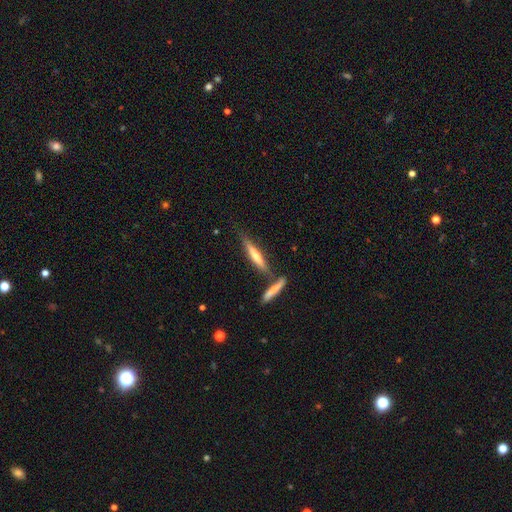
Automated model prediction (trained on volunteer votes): smooth-or-featured: featured or disk: 50% | smooth: 44% | star or artifact: 7%
  merging: none: 65% | merger: 18% | minor disturbance: 13% | major disturbance: 4%